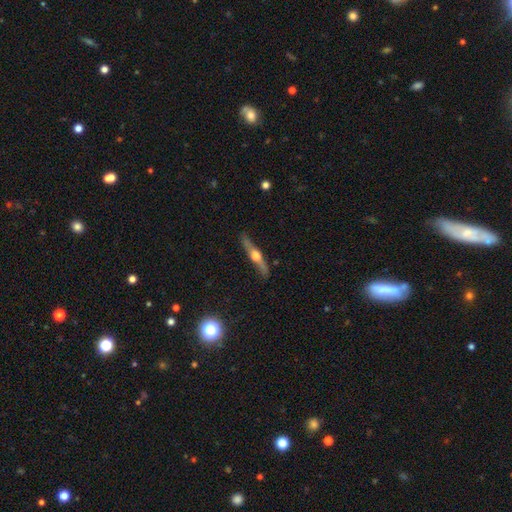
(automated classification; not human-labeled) Morphology: type=featured or disk (74%); edge-on=yes (97%); edge-on bulge=rounded (95%); merging=none (88%).